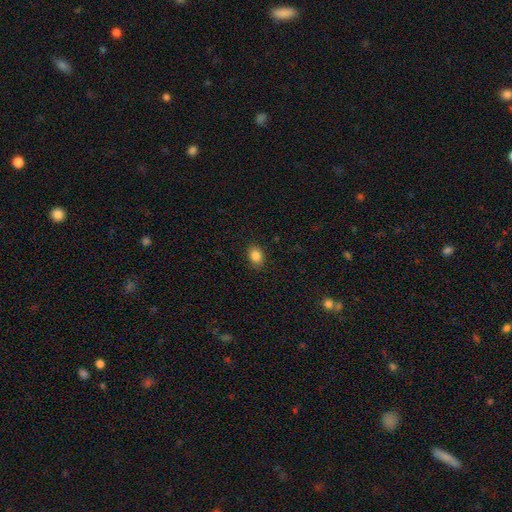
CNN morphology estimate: Smooth or featured? smooth (86%)
How rounded? in between (65%)
Merging? none (88%)